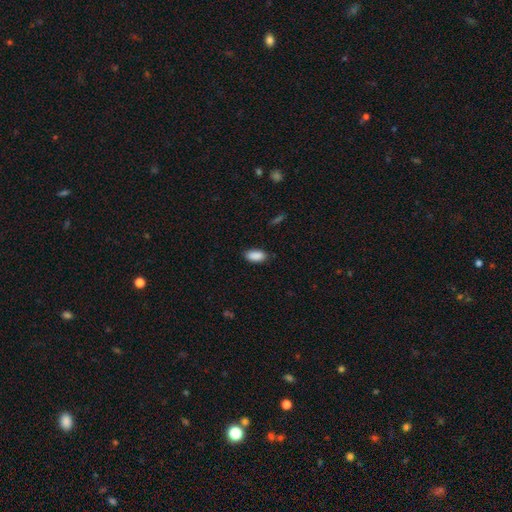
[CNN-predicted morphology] A smooth galaxy with no disk features (90%) that is in between round and cigar-shaped (93%). Merging: none (86%).